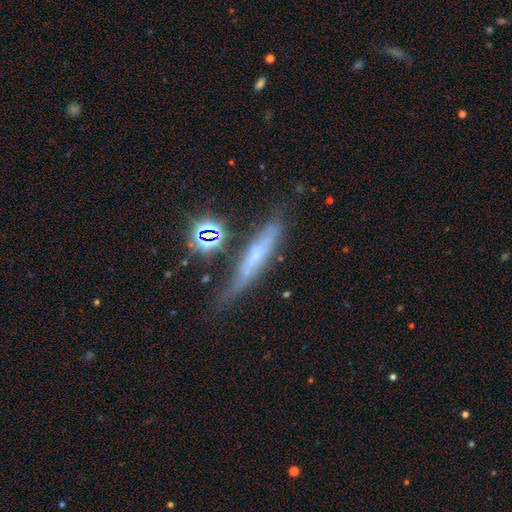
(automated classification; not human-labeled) This is possibly a featured or disk galaxy (55%). It is likely viewed edge-on (73%). Merging: possibly none (58%).